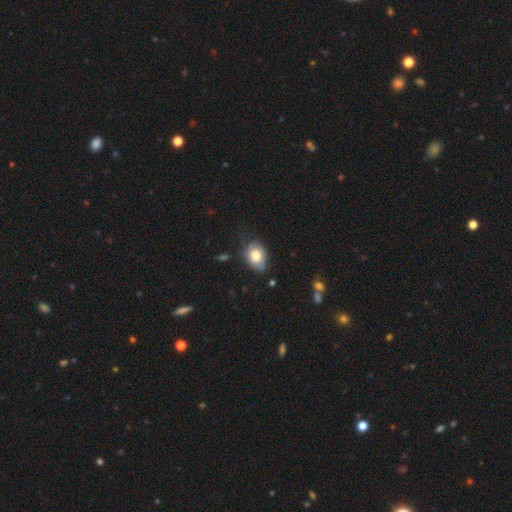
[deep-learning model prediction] A smooth galaxy with no disk features (76%) that is in between round and cigar-shaped (71%).

Vote fractions:
- Smooth or featured? smooth: 76% / featured or disk: 16% / star or artifact: 8%
- How rounded? in between: 71% / round: 28% / cigar-shaped: 1%
- Merging? none: 60% / minor disturbance: 30% / major disturbance: 8% / merger: 3%